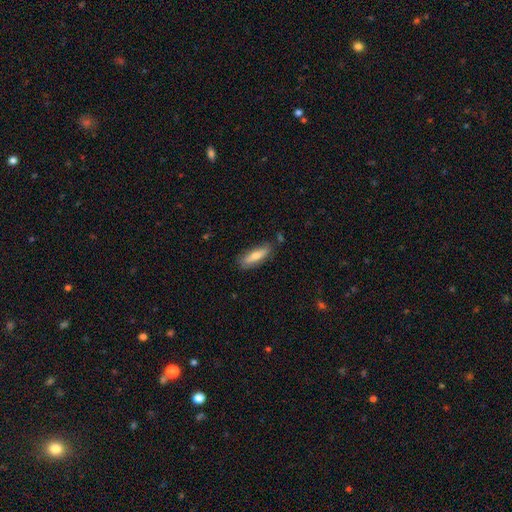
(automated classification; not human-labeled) A smooth galaxy with no disk features (69%) that is cigar-shaped (56%).

Vote fractions:
- Smooth or featured? smooth: 69% / featured or disk: 25% / star or artifact: 6%
- How rounded? cigar-shaped: 56% / in between: 42% / round: 2%
- Merging? none: 79% / minor disturbance: 16% / major disturbance: 3% / merger: 3%